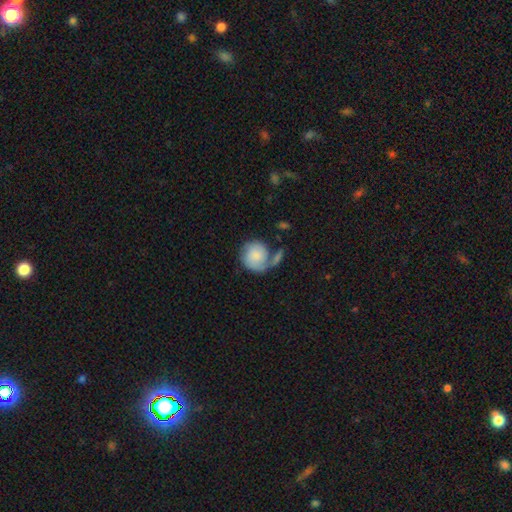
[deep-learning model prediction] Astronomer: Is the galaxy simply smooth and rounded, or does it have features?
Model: smooth — 69%.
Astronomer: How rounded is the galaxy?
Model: round — 84%.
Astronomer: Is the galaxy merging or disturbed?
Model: none — 43% (runner-up: merger, 24%).